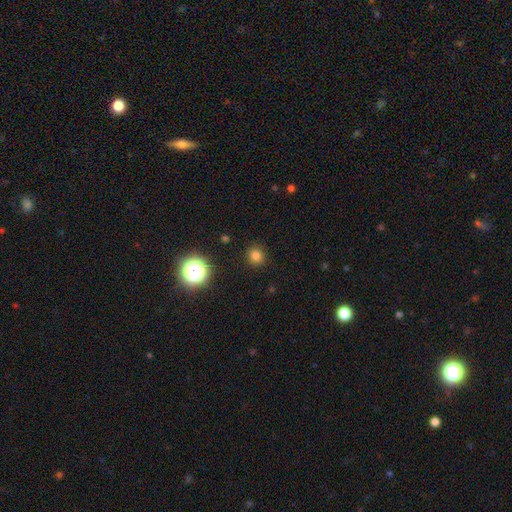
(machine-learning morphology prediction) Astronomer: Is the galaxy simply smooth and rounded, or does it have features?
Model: smooth — 78%.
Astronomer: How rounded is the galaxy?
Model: round — 89%.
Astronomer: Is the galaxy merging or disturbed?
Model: none — 90%.